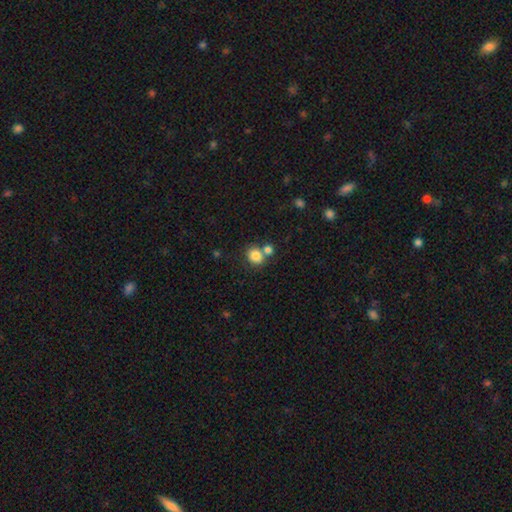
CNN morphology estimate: This appears to be a smooth galaxy with no disk features (82%) that is round (74%). Merging: none (57%).